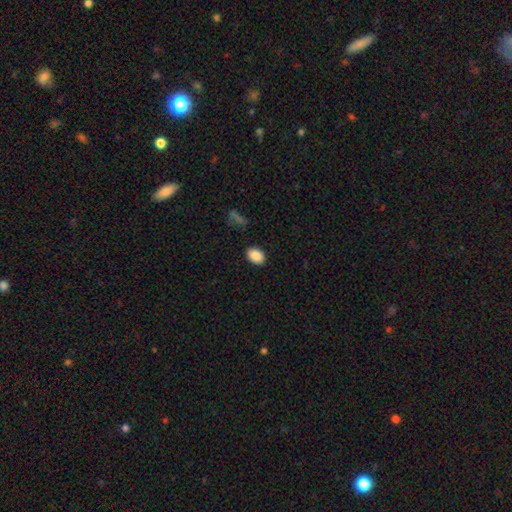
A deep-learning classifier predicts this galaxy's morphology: Overall: smooth (89%). How rounded: in between (79%). Merging: none (88%).